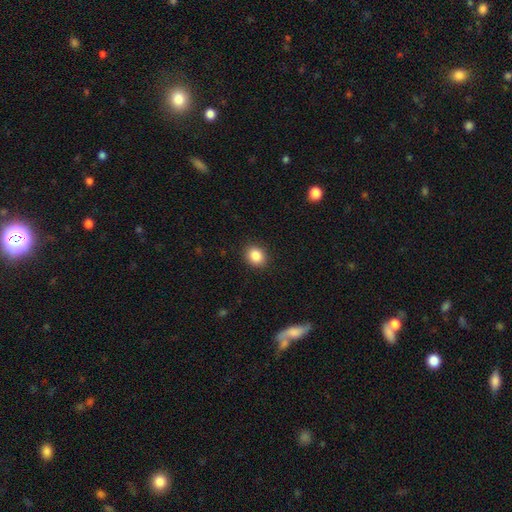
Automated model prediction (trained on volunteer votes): The model was most divided on "how rounded": round: 62%, in between: 37%, cigar-shaped: 1%. More confident: merging — none (90%); smooth or featured — smooth (87%).